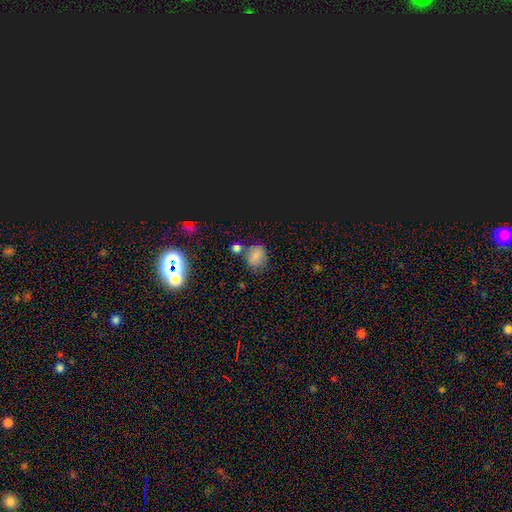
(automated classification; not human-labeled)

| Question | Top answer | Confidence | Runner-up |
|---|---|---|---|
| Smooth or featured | smooth | 72% | star or artifact (21%) |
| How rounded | in between | 50% | round (48%) |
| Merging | none | 63% | minor disturbance (18%) |